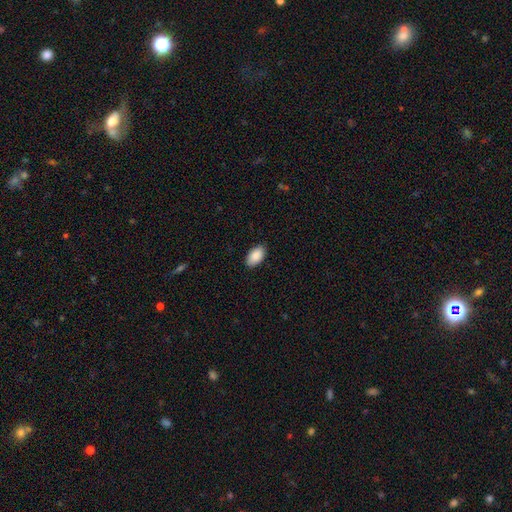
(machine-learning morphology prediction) A smooth galaxy with no disk features (90%) that is in between round and cigar-shaped (95%).

Vote fractions:
- Smooth or featured? smooth: 90% / star or artifact: 6% / featured or disk: 3%
- How rounded? in between: 95% / round: 4% / cigar-shaped: 1%
- Merging? none: 88% / minor disturbance: 9% / major disturbance: 2% / merger: 1%